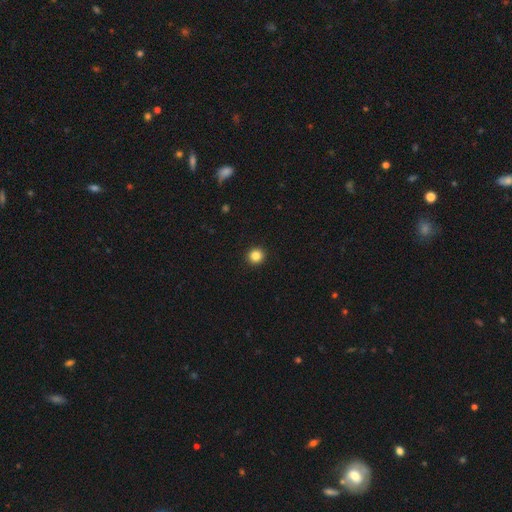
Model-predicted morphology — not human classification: Smooth or featured? smooth (85%)
How rounded? round (95%)
Merging? none (94%)